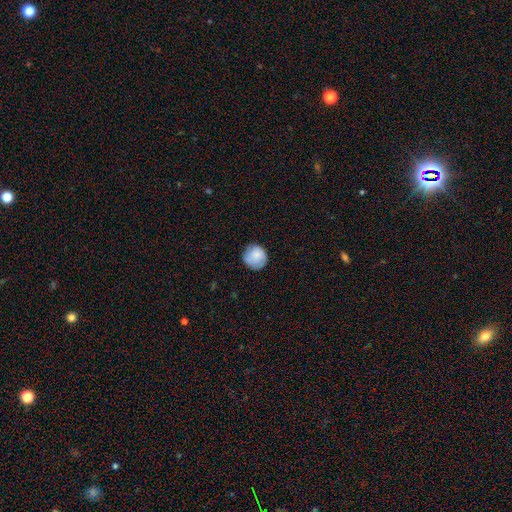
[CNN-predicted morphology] A smooth galaxy with no disk features (81%) that is round (91%). Merging: none (78%).